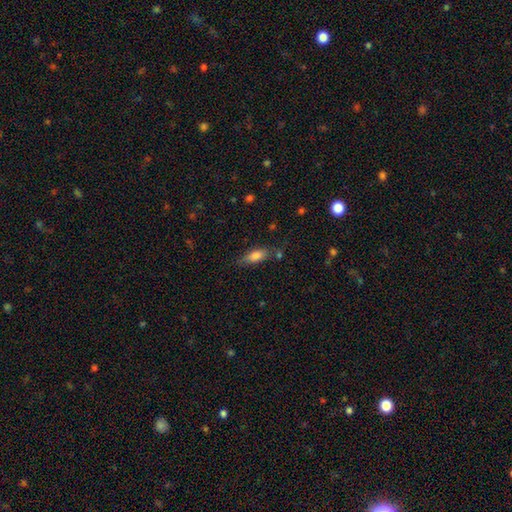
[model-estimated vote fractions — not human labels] A smooth galaxy with no disk features (77%) that is in between round and cigar-shaped (73%). Merging: none (69%).